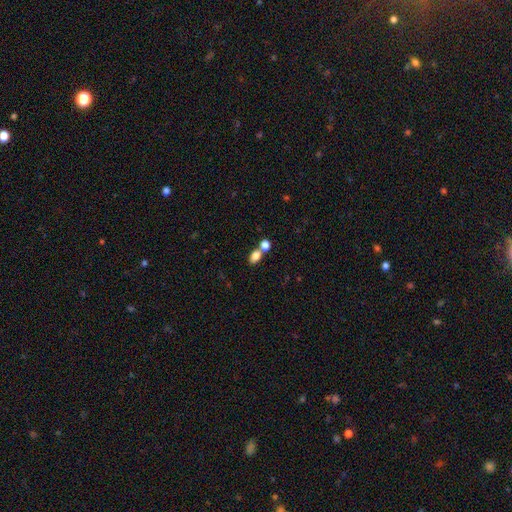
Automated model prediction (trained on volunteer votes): Smooth or featured?
  - smooth: 81% *
  - star or artifact: 11%
  - featured or disk: 8%
How rounded?
  - in between: 79% *
  - round: 19%
  - cigar-shaped: 2%
Merging?
  - none: 47% *
  - merger: 40%
  - minor disturbance: 9%
  - major disturbance: 4%